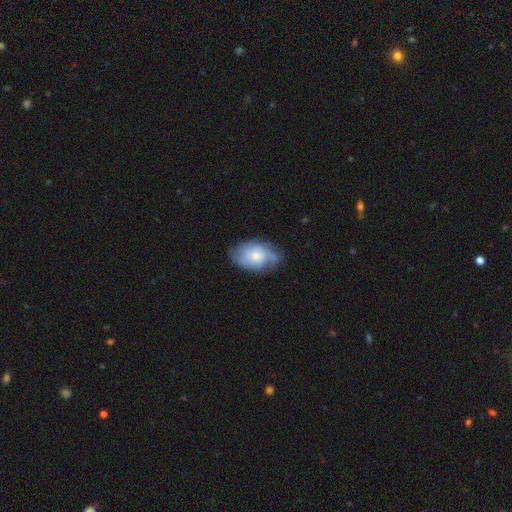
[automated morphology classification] The model was most divided on "bulge size": moderate: 45%, small: 42%, large: 7%, none: 4%, dominant: 1%. More confident: edge-on disk — no (96%); spiral arms — yes (88%); bar — no (75%); merging — none (65%); smooth or featured — featured or disk (58%).